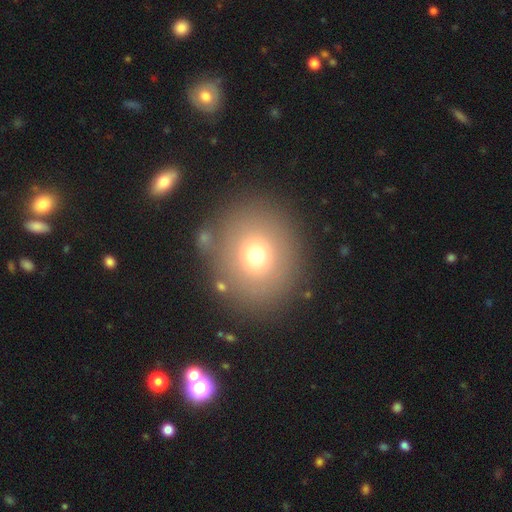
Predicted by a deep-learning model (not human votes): This appears to be a smooth galaxy with no disk features (70%) that is round (85%). Merging: none (78%).